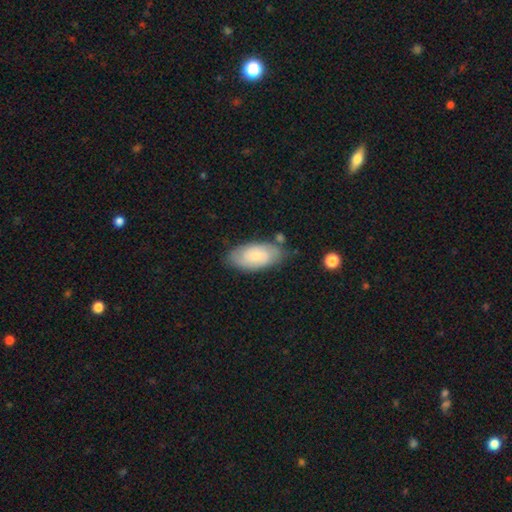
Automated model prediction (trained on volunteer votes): Smooth or featured?
  - smooth: 54% *
  - featured or disk: 39%
  - star or artifact: 6%
How rounded?
  - in between: 92% *
  - cigar-shaped: 5%
  - round: 3%
Merging?
  - none: 70% *
  - minor disturbance: 20%
  - major disturbance: 5%
  - merger: 4%